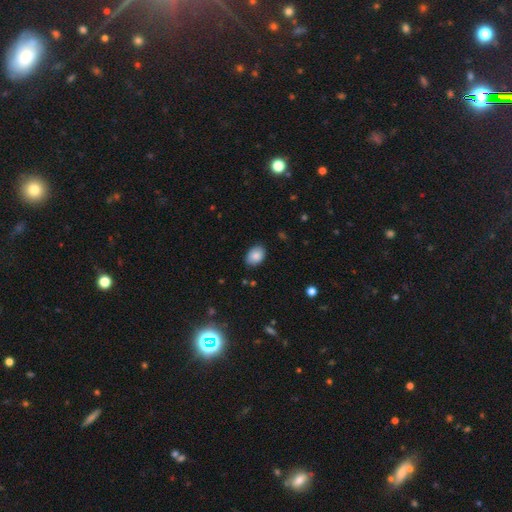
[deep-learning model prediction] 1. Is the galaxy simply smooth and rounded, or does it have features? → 87% smooth, 8% star or artifact, 6% featured or disk.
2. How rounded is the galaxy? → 78% in between, 21% round, 1% cigar-shaped.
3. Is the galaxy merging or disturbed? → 84% none, 12% minor disturbance, 2% major disturbance, 1% merger.